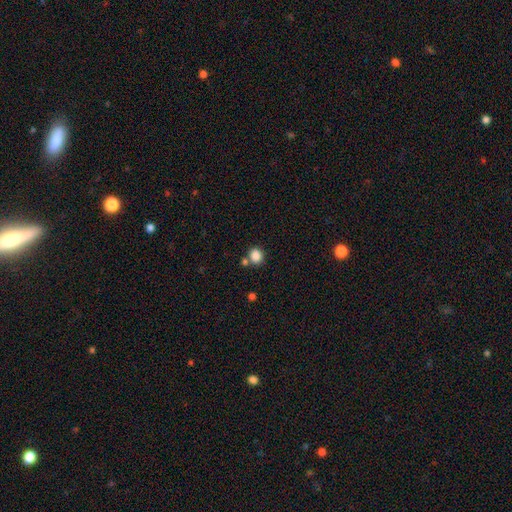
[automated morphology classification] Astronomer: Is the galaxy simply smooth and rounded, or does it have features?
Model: smooth — 85%.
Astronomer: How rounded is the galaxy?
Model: round — 75%.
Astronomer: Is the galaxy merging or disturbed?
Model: none — 69%.